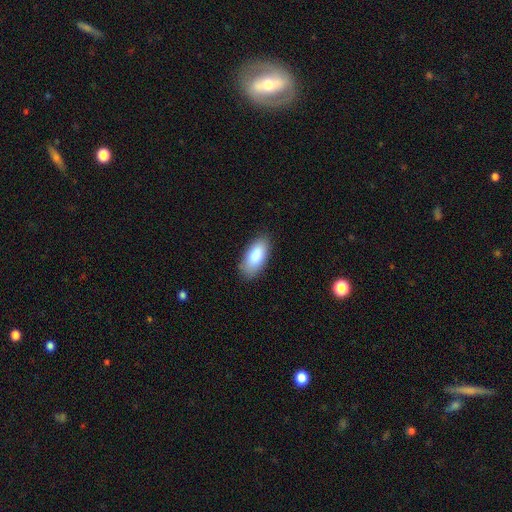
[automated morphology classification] smooth 87%, featured or disk 7%, star or artifact 6%. Down the decision tree: how rounded — in between (91%); merging — none (84%).